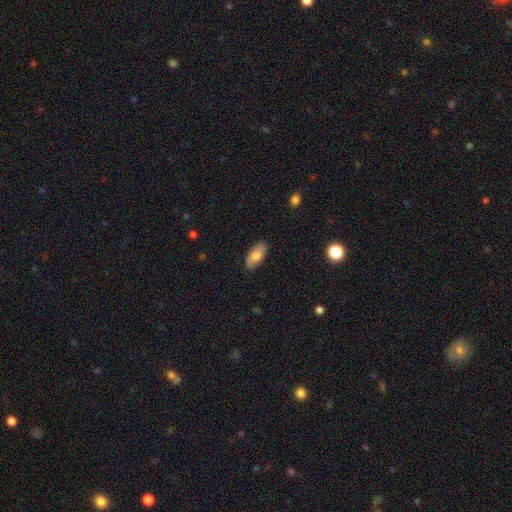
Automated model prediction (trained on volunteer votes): A smooth galaxy with no disk features (71%) that is in between round and cigar-shaped (91%).

Vote fractions:
- Smooth or featured? smooth: 71% / featured or disk: 23% / star or artifact: 6%
- How rounded? in between: 91% / cigar-shaped: 7% / round: 3%
- Merging? none: 83% / minor disturbance: 13% / major disturbance: 3% / merger: 1%